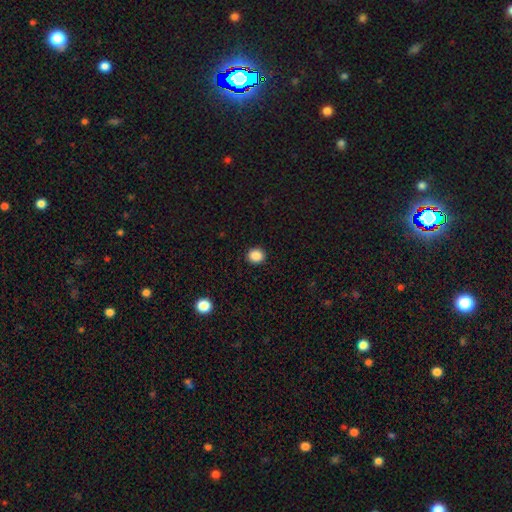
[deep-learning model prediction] Smooth or featured? Predicted: smooth (p=0.87). How rounded? Predicted: round (p=0.83). Merging? Predicted: none (p=0.92).